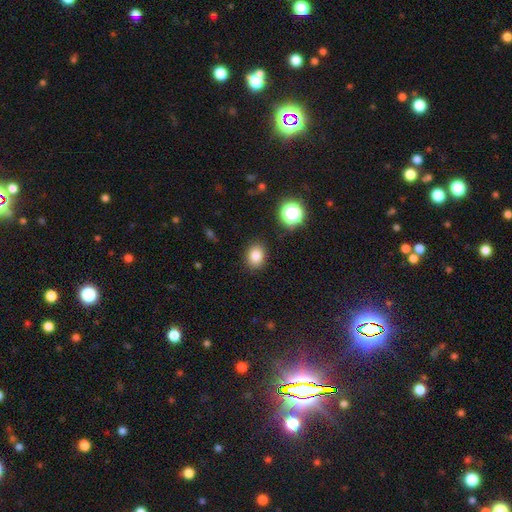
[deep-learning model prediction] smooth_or_featured: smooth (p=0.83) [alt: star or artifact p=0.12]
how_rounded: in between (p=0.52) [alt: round p=0.47]
merging: none (p=0.87) [alt: minor disturbance p=0.09]